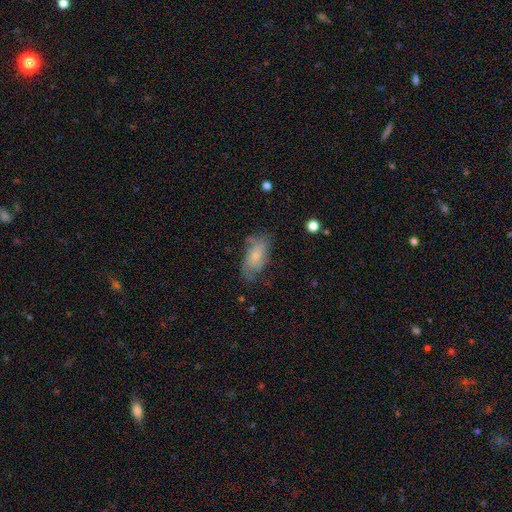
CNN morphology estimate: A smooth galaxy with no disk features (51%) that is in between round and cigar-shaped (89%). Merging: none (56%).